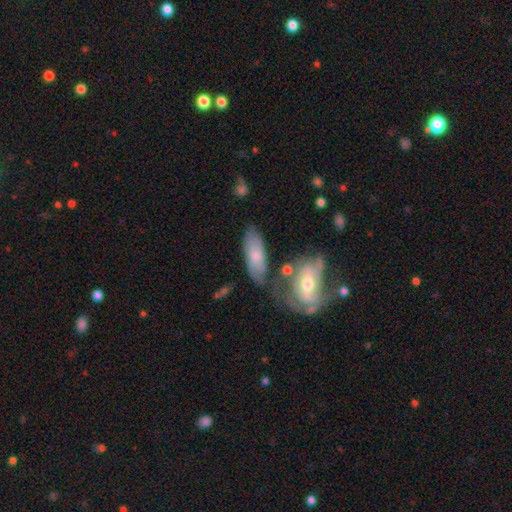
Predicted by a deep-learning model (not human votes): Smooth or featured: smooth — 56% (featured or disk — 37%)
How rounded: in between — 77% (cigar-shaped — 20%)
Merging: none — 52% (minor disturbance — 21%)